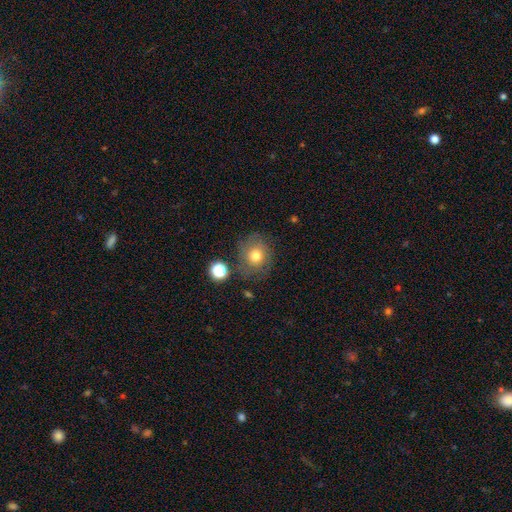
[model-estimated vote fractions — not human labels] smooth_or_featured: smooth (p=0.65) [alt: featured or disk p=0.22]
how_rounded: round (p=0.78) [alt: in between p=0.21]
merging: none (p=0.73) [alt: minor disturbance p=0.16]